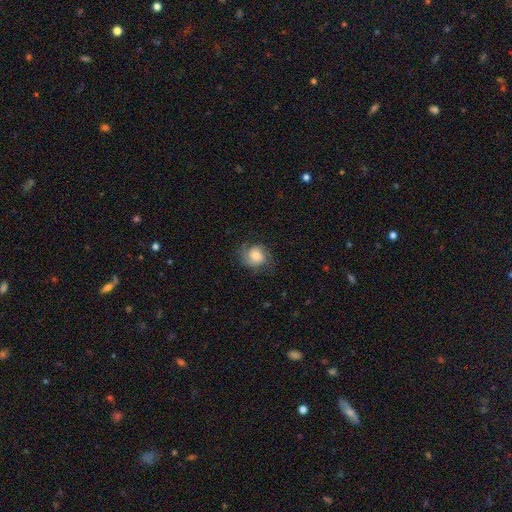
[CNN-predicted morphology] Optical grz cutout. It shows a featured or disk galaxy (56%) with no bar (70%), spiral arms (91%) and a moderate central bulge (47%). Merging: none (68%).